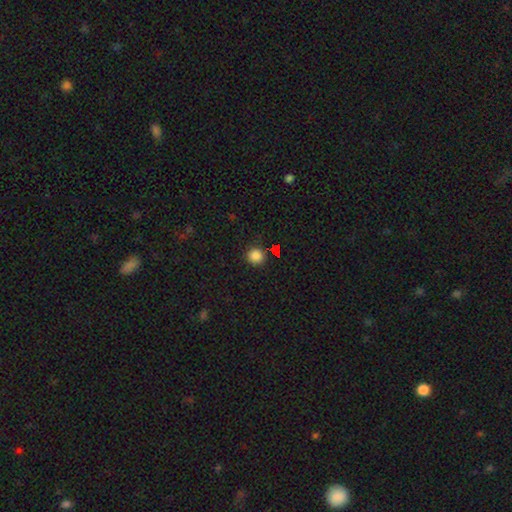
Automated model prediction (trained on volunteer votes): This is clearly a smooth galaxy (83%). How rounded: clearly round (93%). Merging: clearly none (88%).